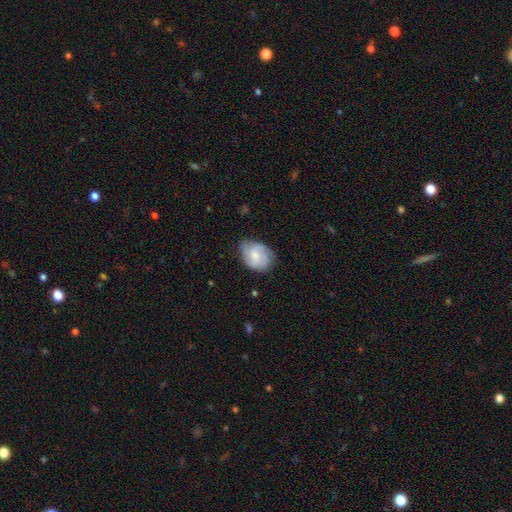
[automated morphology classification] type=featured or disk (52%); edge-on=no (97%); merging=none (64%).